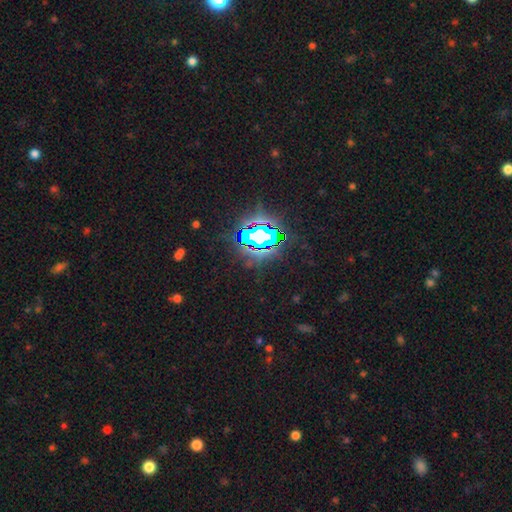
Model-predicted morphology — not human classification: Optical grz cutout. It shows a star or artifact, not a galaxy (83%).